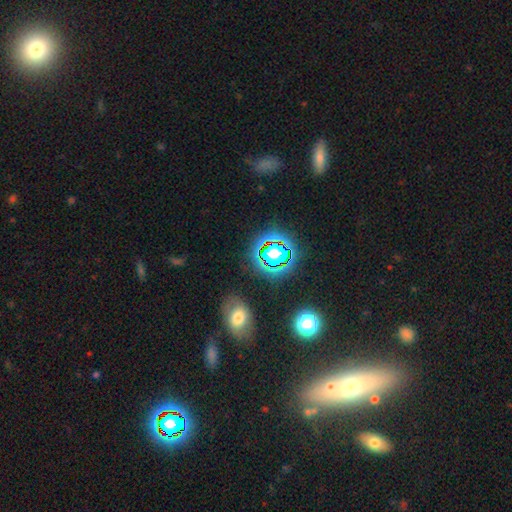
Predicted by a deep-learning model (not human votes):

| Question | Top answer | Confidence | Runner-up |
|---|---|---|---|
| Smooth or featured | star or artifact | 44% | smooth (32%) |